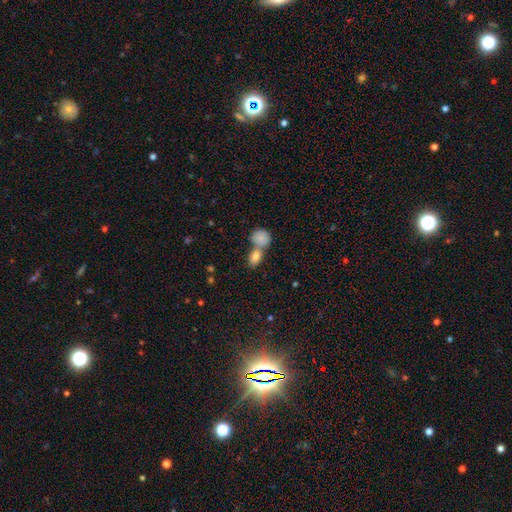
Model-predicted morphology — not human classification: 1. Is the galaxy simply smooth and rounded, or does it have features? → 80% smooth, 11% star or artifact, 9% featured or disk.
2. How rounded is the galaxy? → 71% in between, 25% round, 3% cigar-shaped.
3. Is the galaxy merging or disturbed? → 54% merger, 35% none, 8% minor disturbance, 4% major disturbance.